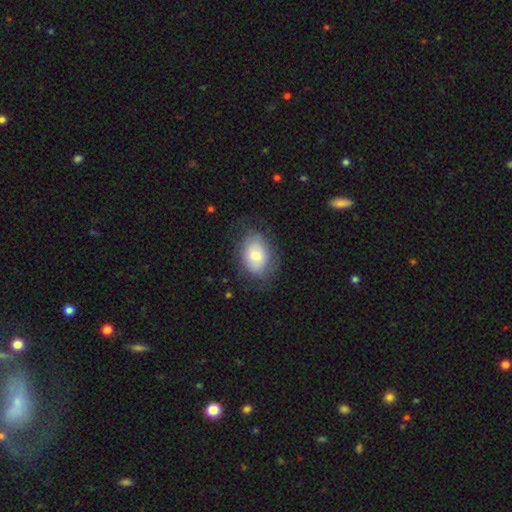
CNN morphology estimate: The model was most divided on "smooth or featured": smooth: 67%, featured or disk: 25%, star or artifact: 8%. More confident: how rounded — in between (77%); merging — none (70%).